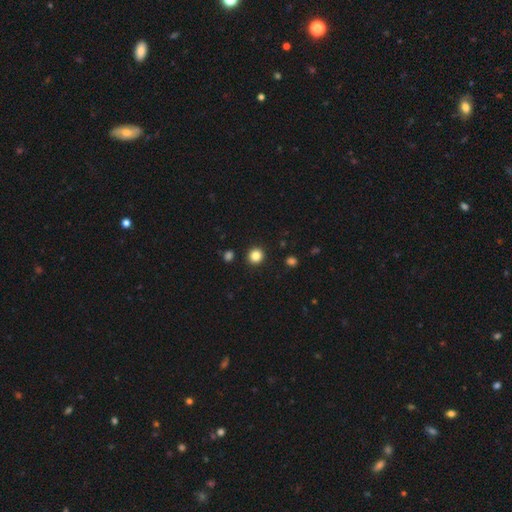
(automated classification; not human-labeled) smooth_or_featured: smooth (p=0.85) [alt: star or artifact p=0.11]
how_rounded: round (p=0.92) [alt: in between p=0.07]
merging: none (p=0.92) [alt: minor disturbance p=0.05]